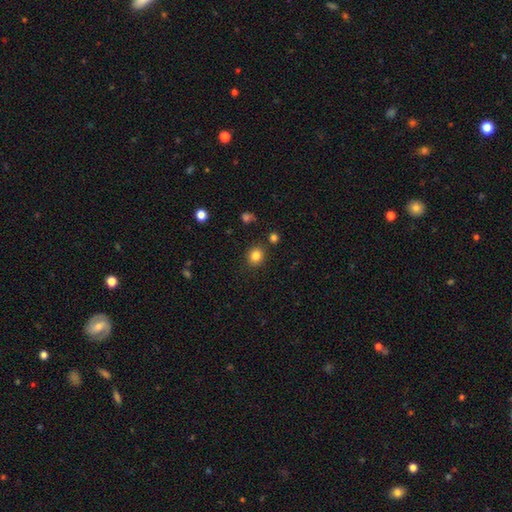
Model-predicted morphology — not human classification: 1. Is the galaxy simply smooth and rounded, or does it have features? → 83% smooth, 12% star or artifact, 5% featured or disk.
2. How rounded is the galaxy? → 76% round, 23% in between, 1% cigar-shaped.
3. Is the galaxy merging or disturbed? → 86% none, 8% minor disturbance, 4% merger, 3% major disturbance.